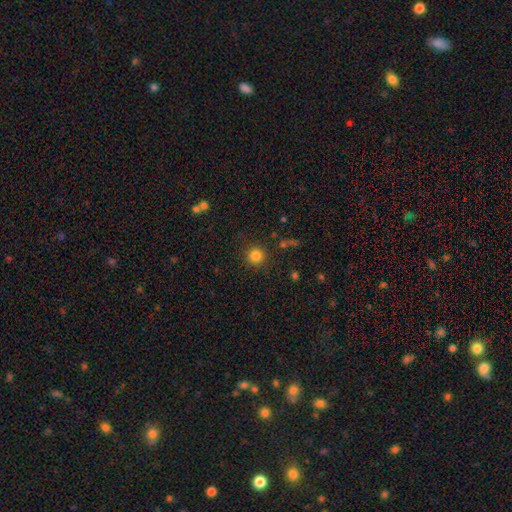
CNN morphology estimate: Smooth or featured? smooth (82%)
How rounded? round (94%)
Merging? none (88%)